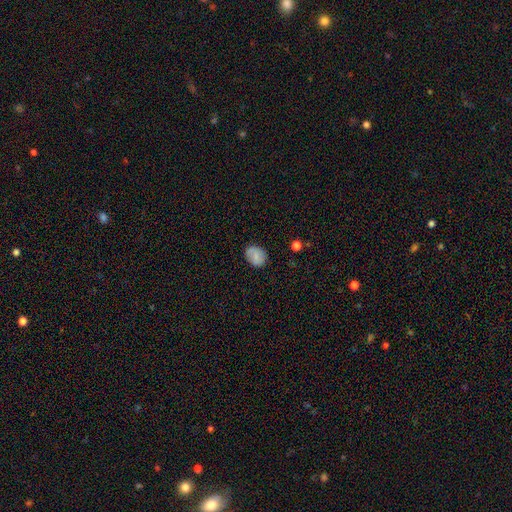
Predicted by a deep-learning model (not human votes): smooth 71%, featured or disk 20%, star or artifact 9%. Down the decision tree: how rounded — round (52%); merging — none (79%).